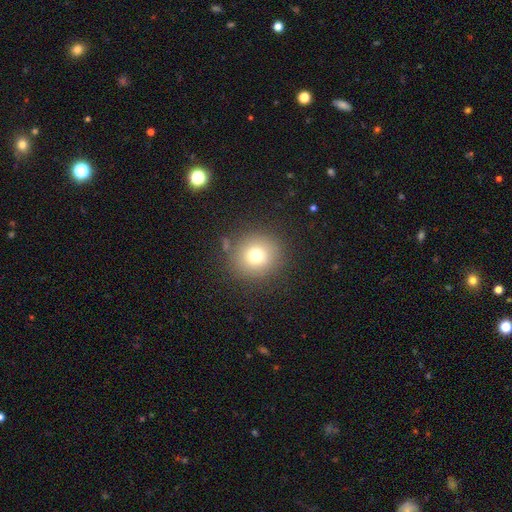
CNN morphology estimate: This appears to be a smooth galaxy with no disk features (73%) that is round (93%). Merging: none (85%).